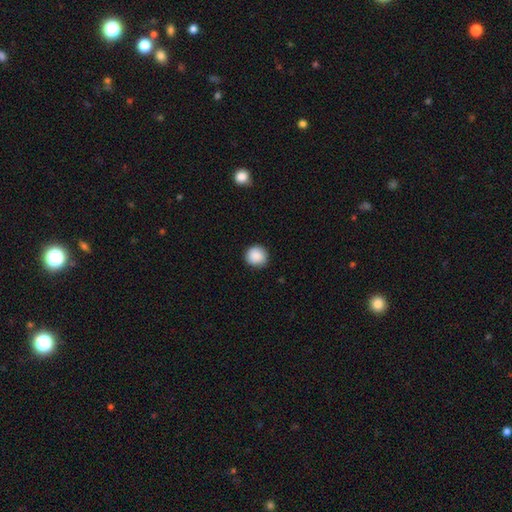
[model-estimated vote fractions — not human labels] Smooth or featured? smooth (89%)
How rounded? round (94%)
Merging? none (89%)